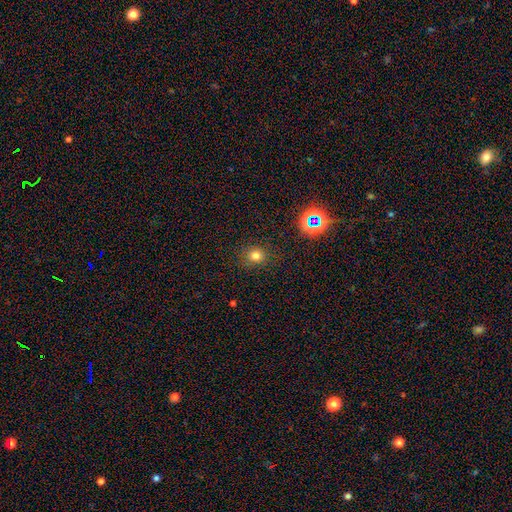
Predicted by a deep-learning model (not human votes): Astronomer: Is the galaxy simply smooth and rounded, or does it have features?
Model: smooth — 76%.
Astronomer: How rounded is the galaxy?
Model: round — 85%.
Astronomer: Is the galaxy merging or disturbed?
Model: none — 87%.